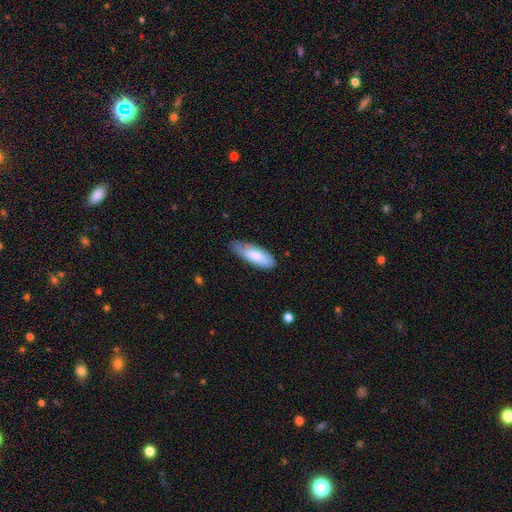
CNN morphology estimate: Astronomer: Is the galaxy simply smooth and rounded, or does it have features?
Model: smooth — 78%.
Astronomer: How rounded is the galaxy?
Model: in between — 67%.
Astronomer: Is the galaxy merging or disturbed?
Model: none — 58% (runner-up: minor disturbance, 33%).